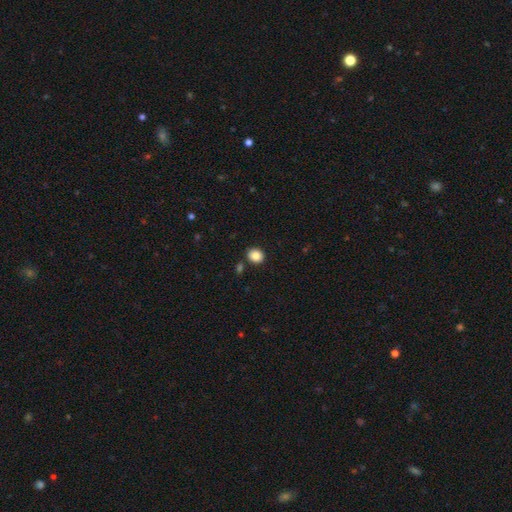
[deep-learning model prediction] Morphology: type=smooth (86%); roundness=round (71%); merging=none (86%).